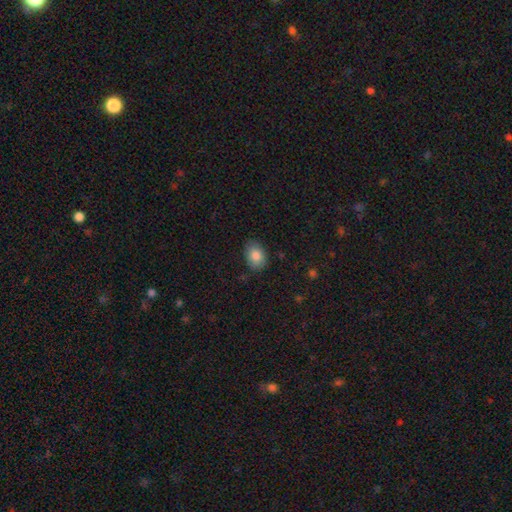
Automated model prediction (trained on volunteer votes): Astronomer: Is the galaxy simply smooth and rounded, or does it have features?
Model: smooth — 84%.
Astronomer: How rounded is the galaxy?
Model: in between — 77%.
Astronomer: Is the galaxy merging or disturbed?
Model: none — 78%.